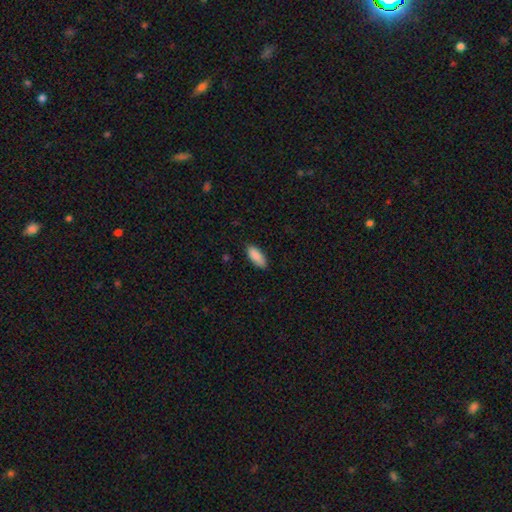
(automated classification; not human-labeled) Smooth or featured: smooth — 90% (star or artifact — 6%)
How rounded: in between — 84% (cigar-shaped — 14%)
Merging: none — 86% (minor disturbance — 11%)